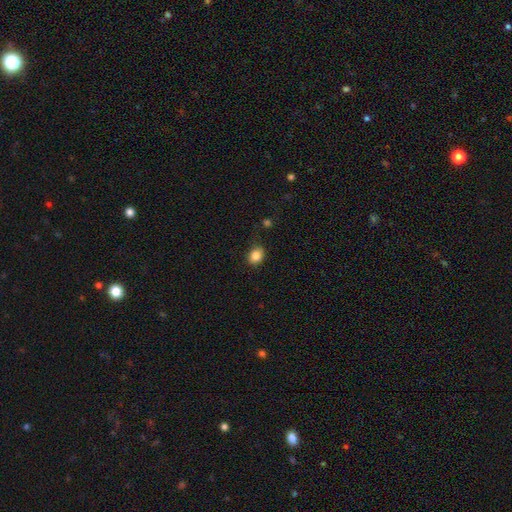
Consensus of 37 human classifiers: Smooth or featured? smooth (92%)
How rounded? round (65%)
Merging? none (78%)